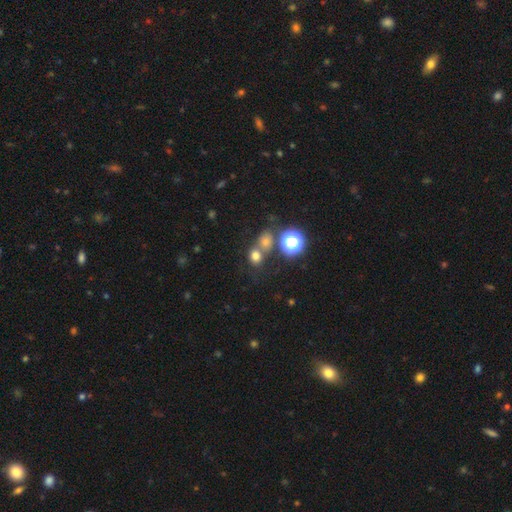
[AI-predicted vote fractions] Smooth or featured? smooth (68%)
How rounded? round (74%)
Merging? none (55%)